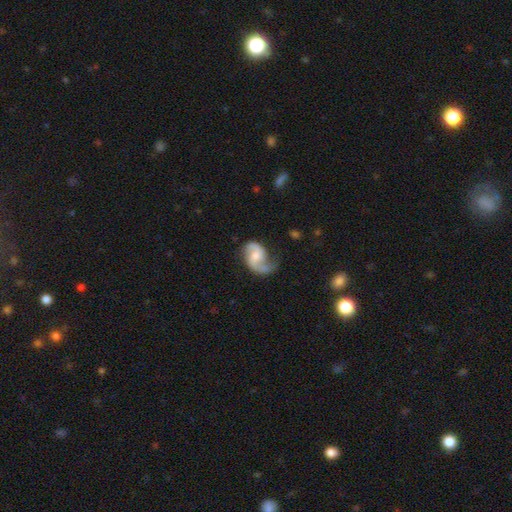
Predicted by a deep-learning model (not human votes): A featured or disk galaxy (83%) with no bar (53%), 2 (79%) loose (45%) spiral arms (96%) and a moderate central bulge (51%). Merging: none (52%).